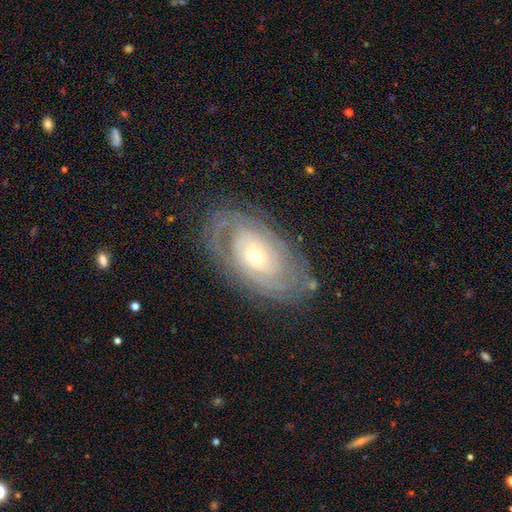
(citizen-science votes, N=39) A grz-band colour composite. It shows a featured or disk galaxy (87%) with no bar (81%), tight (81%) spiral arms (84%) and a moderate central bulge (53%). Merging: none (84%).